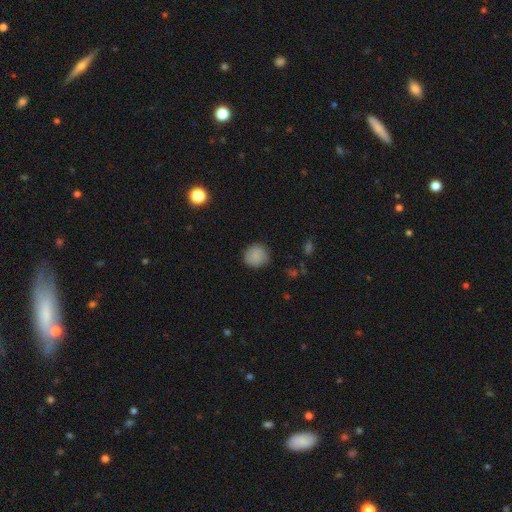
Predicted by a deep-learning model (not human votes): Morphology: type=smooth (85%); roundness=round (91%); merging=none (87%).